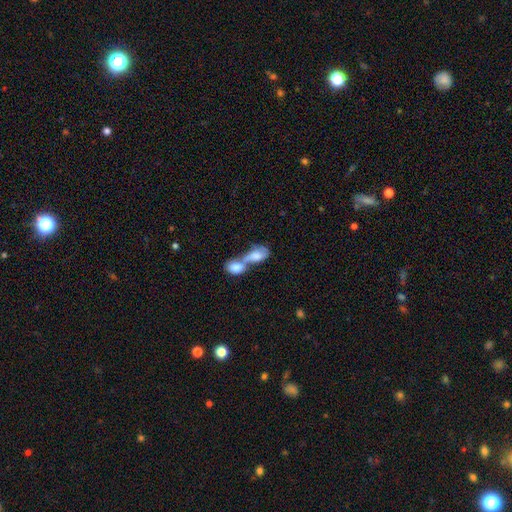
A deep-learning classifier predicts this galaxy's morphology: The model was most divided on "smooth or featured": smooth: 67%, featured or disk: 26%, star or artifact: 7%. More confident: how rounded — in between (83%); merging — merger (82%).